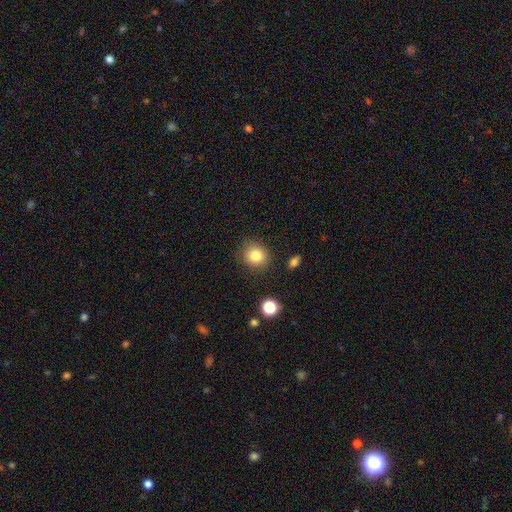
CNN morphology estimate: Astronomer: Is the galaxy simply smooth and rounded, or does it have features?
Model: smooth — 82%.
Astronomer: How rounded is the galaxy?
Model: round — 81%.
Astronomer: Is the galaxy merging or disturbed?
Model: none — 84%.